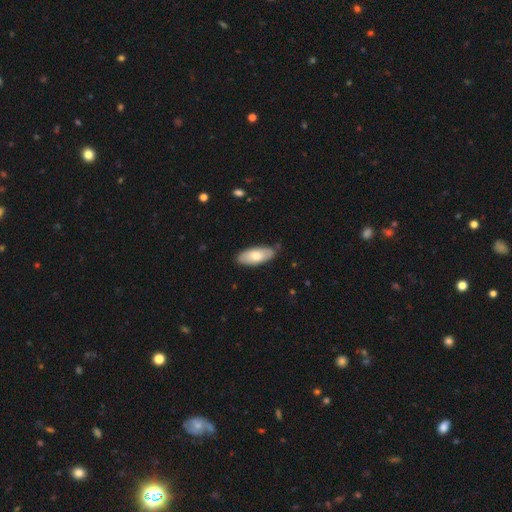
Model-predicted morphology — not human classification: A smooth galaxy with no disk features (71%) that is in between round and cigar-shaped (86%). Merging: none (81%).